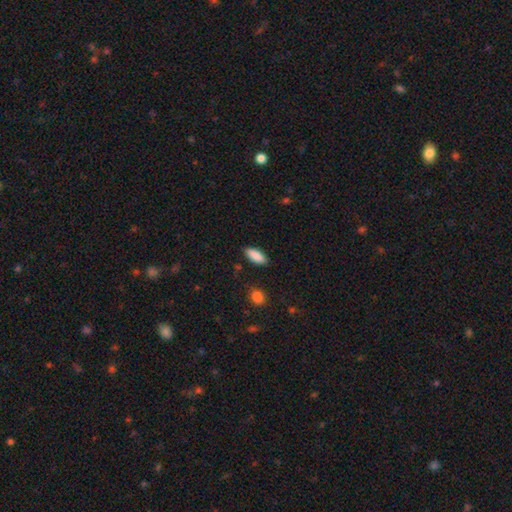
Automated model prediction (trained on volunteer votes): Q: Smooth or featured?
A: smooth (89%); runner-up: star or artifact (6%)
Q: How rounded?
A: in between (79%); runner-up: cigar-shaped (19%)
Q: Merging?
A: none (87%); runner-up: minor disturbance (10%)